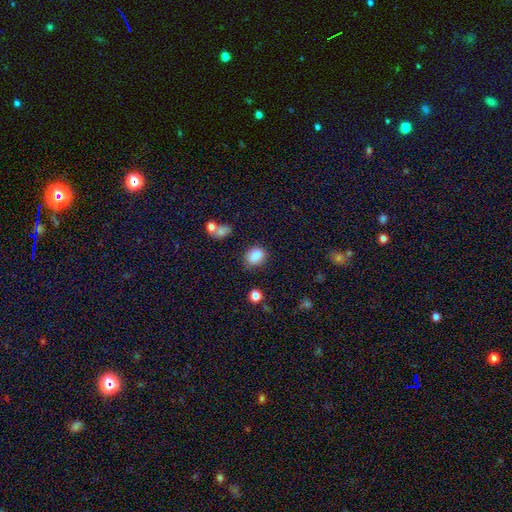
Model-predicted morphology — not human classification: Q: Smooth or featured?
A: smooth (83%); runner-up: star or artifact (10%)
Q: How rounded?
A: round (50%); runner-up: in between (49%)
Q: Merging?
A: none (71%); runner-up: minor disturbance (20%)